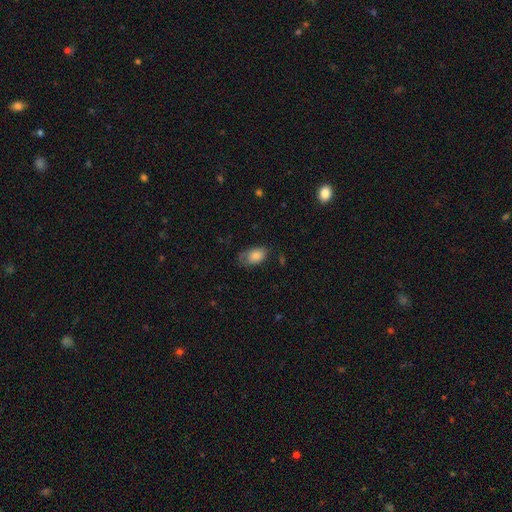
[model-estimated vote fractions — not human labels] A smooth galaxy with no disk features (79%) that is in between round and cigar-shaped (91%).

Vote fractions:
- Smooth or featured? smooth: 79% / featured or disk: 13% / star or artifact: 7%
- How rounded? in between: 91% / round: 8% / cigar-shaped: 2%
- Merging? none: 53% / minor disturbance: 32% / major disturbance: 13% / merger: 2%